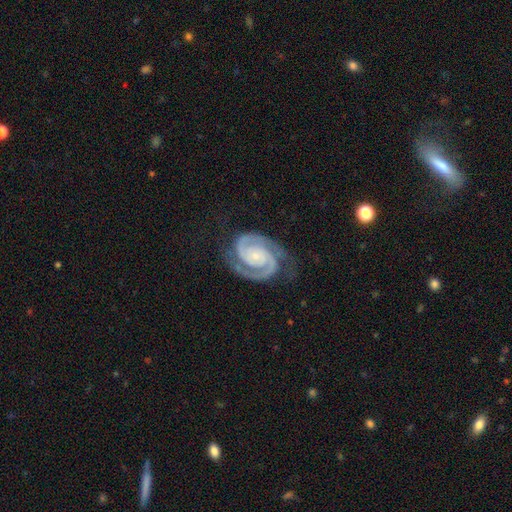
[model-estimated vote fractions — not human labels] Smooth or featured?
  - featured or disk: 94% *
  - star or artifact: 4%
  - smooth: 3%
Edge-on disk?
  - no: 98% *
  - yes: 2%
Bar?
  - no: 66% *
  - weak: 23%
  - strong: 10%
Spiral arms?
  - yes: 99% *
  - no: 1%
Spiral winding?
  - tight: 59% *
  - medium: 37%
  - loose: 4%
Spiral arm count?
  - 2: 94% *
  - can't tell: 1%
  - 3: 1%
  - 1: 1%
  - 4: 1%
  - more than 4: 1%
Bulge size?
  - small: 63% *
  - moderate: 18%
  - none: 15%
  - large: 3%
  - dominant: 1%
Merging?
  - none: 80% *
  - minor disturbance: 14%
  - major disturbance: 5%
  - merger: 1%